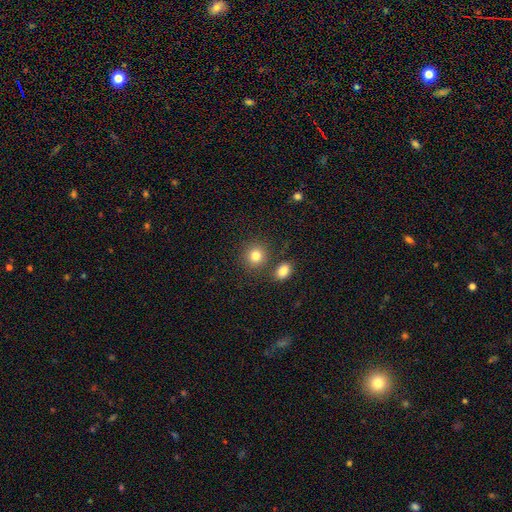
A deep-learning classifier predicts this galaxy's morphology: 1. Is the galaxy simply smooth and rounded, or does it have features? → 83% smooth, 11% star or artifact, 6% featured or disk.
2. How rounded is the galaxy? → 82% round, 17% in between, 1% cigar-shaped.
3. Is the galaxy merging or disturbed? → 77% none, 11% merger, 8% minor disturbance, 3% major disturbance.